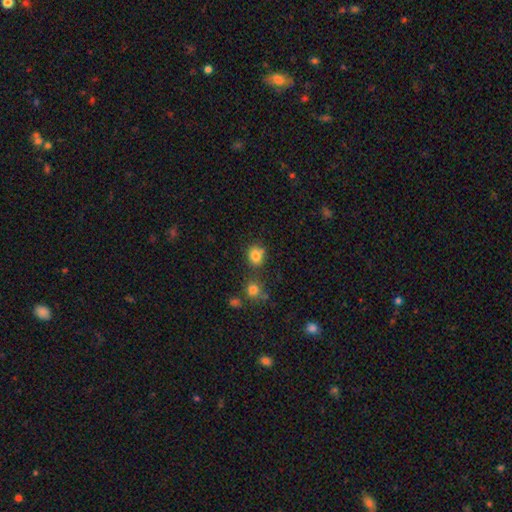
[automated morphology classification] Overall: smooth (81%). How rounded: round (68%; in between 31%). Merging: none (65%).